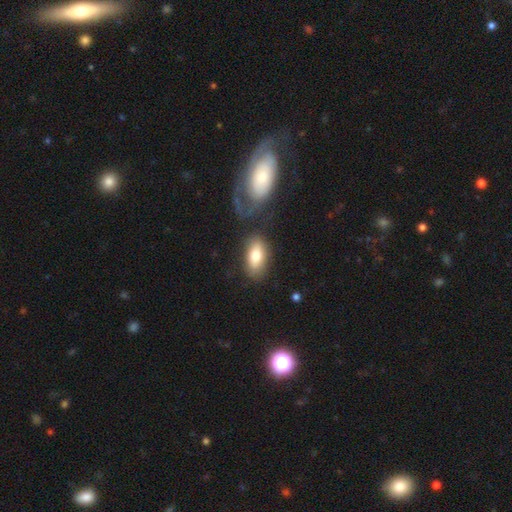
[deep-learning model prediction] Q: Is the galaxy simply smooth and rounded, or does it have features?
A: smooth — 77%.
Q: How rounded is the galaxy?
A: in between — 89%.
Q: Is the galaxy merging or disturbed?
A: none — 74%.